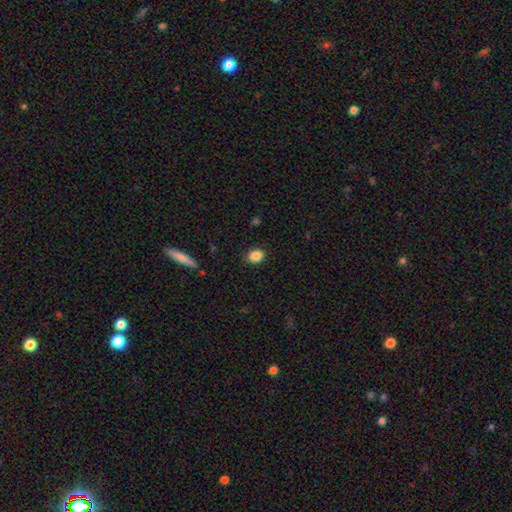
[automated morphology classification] Smooth or featured: smooth — 86% (star or artifact — 10%)
How rounded: round — 58% (in between — 40%)
Merging: none — 87% (minor disturbance — 10%)